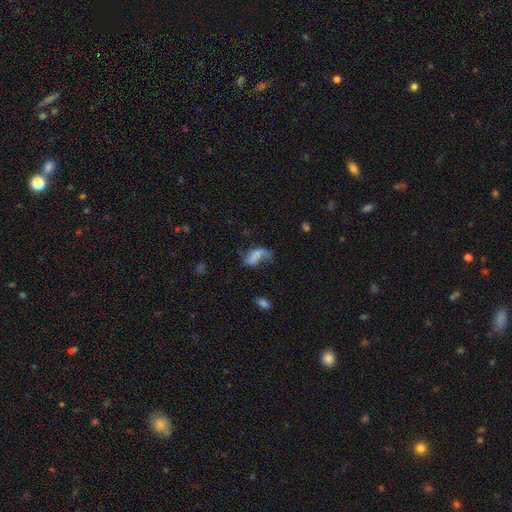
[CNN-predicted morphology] A featured or disk galaxy (47%). Merging: none (40%).